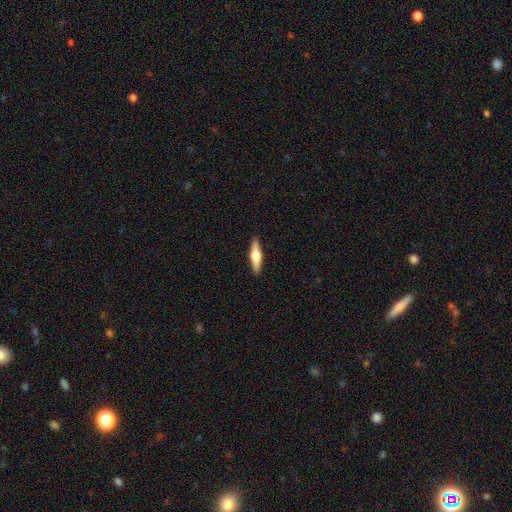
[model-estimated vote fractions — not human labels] smooth_or_featured: featured or disk (p=0.54) [alt: smooth p=0.41]
disk_edge_on: yes (p=0.96) [alt: no p=0.04]
edge_on_bulge: rounded (p=0.93) [alt: boxy p=0.05]
merging: none (p=0.91) [alt: minor disturbance p=0.06]